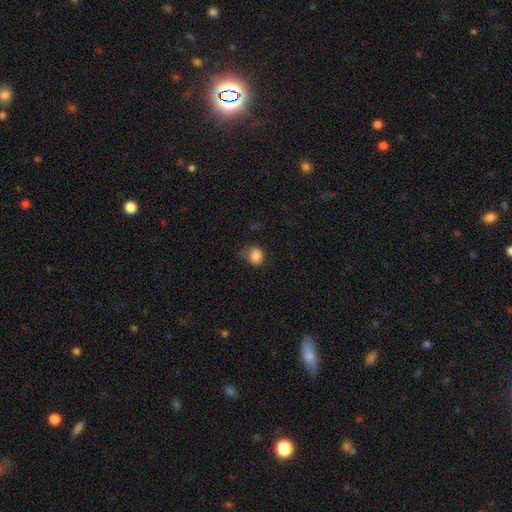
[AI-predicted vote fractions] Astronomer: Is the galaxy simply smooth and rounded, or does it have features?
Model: smooth — 85%.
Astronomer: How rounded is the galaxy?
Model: round — 58% (runner-up: in between, 41%).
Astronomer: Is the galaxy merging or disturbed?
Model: none — 52% (runner-up: minor disturbance, 32%).